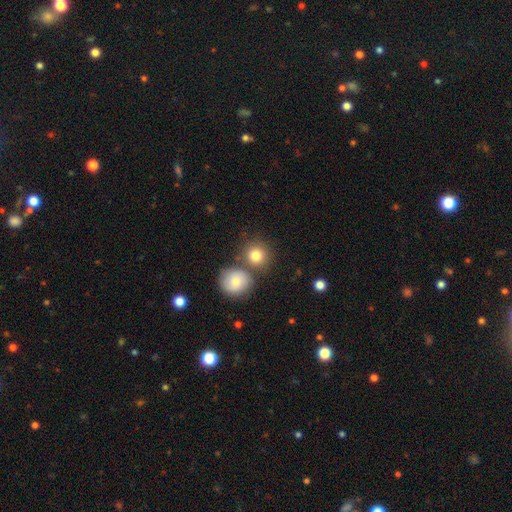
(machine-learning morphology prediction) smooth_or_featured: smooth (p=0.82) [alt: star or artifact p=0.09]
how_rounded: round (p=0.87) [alt: in between p=0.12]
merging: none (p=0.64) [alt: merger p=0.23]